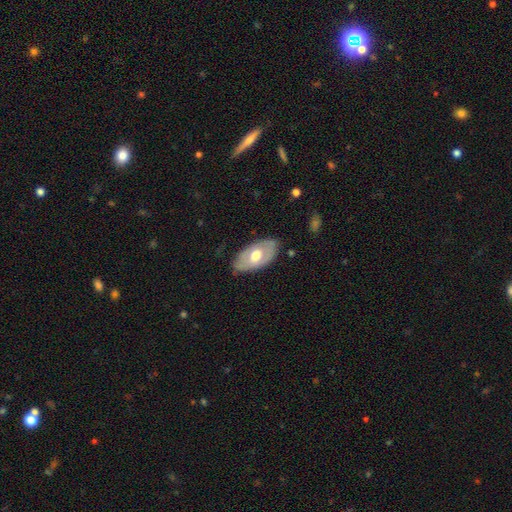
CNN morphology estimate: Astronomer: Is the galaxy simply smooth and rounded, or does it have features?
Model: smooth — 48% (runner-up: featured or disk, 47%).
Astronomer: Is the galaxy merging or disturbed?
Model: none — 75%.